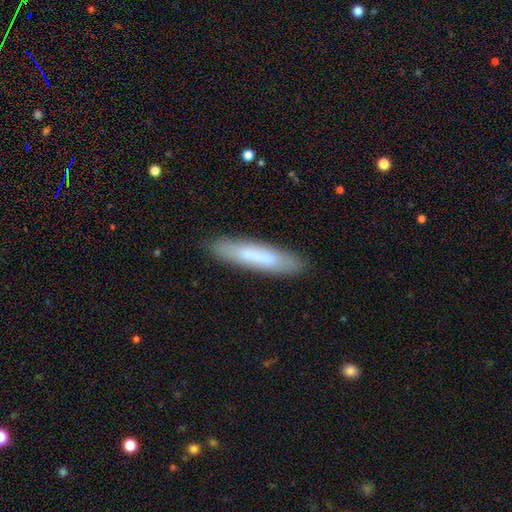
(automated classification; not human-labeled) A smooth galaxy with no disk features (71%) that is cigar-shaped (84%).

Vote fractions:
- Smooth or featured? smooth: 71% / featured or disk: 22% / star or artifact: 7%
- How rounded? cigar-shaped: 84% / in between: 15% / round: 1%
- Merging? none: 86% / minor disturbance: 10% / major disturbance: 2% / merger: 1%